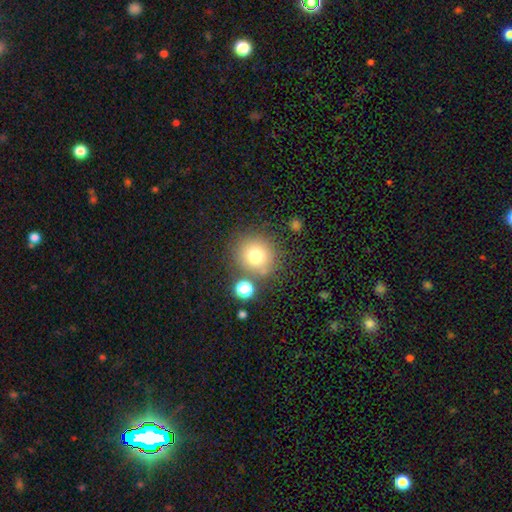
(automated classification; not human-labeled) Smooth or featured? Predicted: smooth (p=0.74). How rounded? Predicted: round (p=0.90). Merging? Predicted: none (p=0.77).